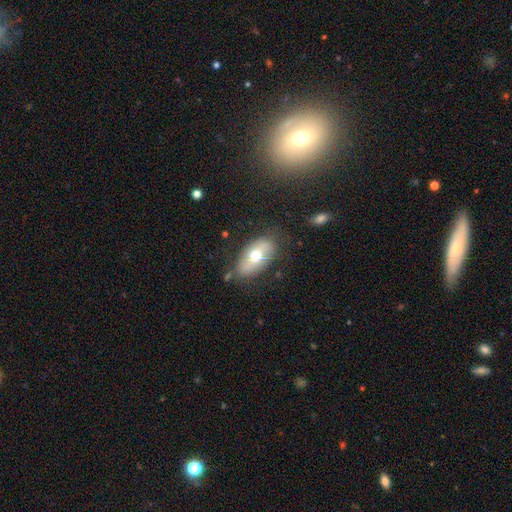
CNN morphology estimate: smooth-or-featured: smooth: 56% | featured or disk: 37% | star or artifact: 7%
  how-rounded: in between: 89% | cigar-shaped: 5% | round: 5%
  merging: none: 71% | minor disturbance: 19% | major disturbance: 6% | merger: 3%